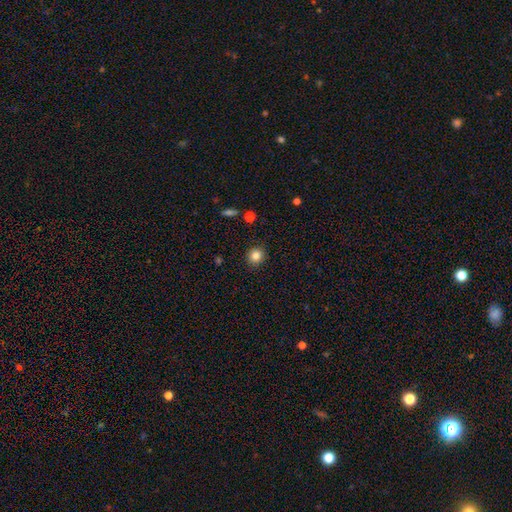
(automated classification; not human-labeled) Smooth or featured? Predicted: smooth (p=0.83). How rounded? Predicted: round (p=0.88). Merging? Predicted: none (p=0.91).